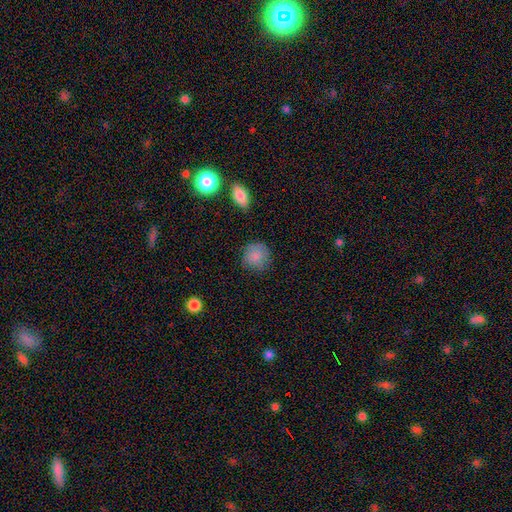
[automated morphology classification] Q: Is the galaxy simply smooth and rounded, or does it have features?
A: smooth — 85%.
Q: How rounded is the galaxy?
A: round — 89%.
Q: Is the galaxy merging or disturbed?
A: none — 80%.